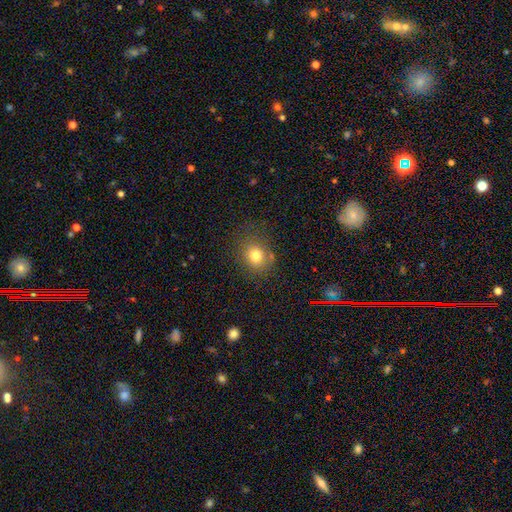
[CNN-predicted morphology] This appears to be a smooth galaxy with no disk features (77%) that is round (72%). Merging: none (74%).